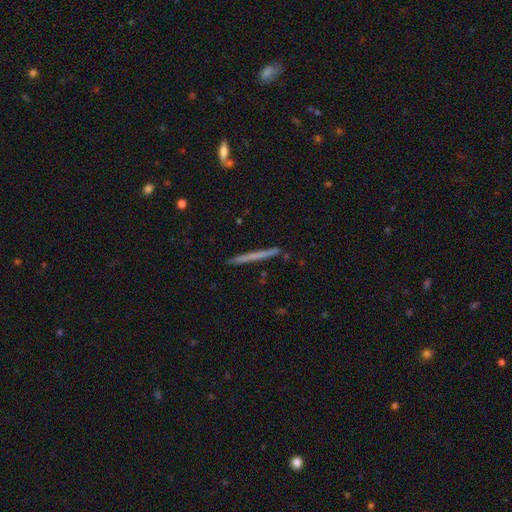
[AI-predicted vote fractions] Overall: smooth (48%; featured or disk 45%). Merging: none (91%).